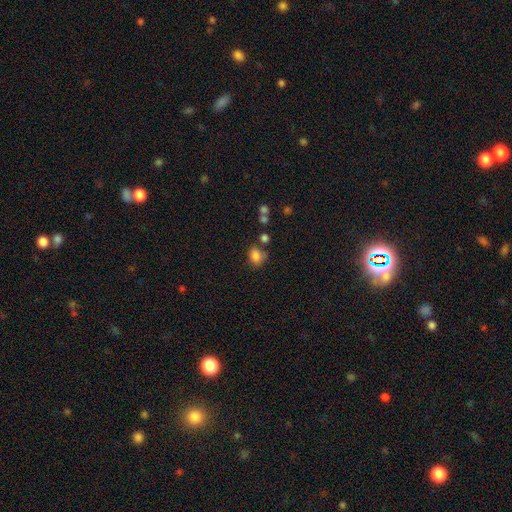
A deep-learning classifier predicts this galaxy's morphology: Smooth or featured?
  - smooth: 82% *
  - star or artifact: 11%
  - featured or disk: 7%
How rounded?
  - in between: 61% *
  - round: 38%
  - cigar-shaped: 1%
Merging?
  - none: 59% *
  - minor disturbance: 22%
  - merger: 12%
  - major disturbance: 8%